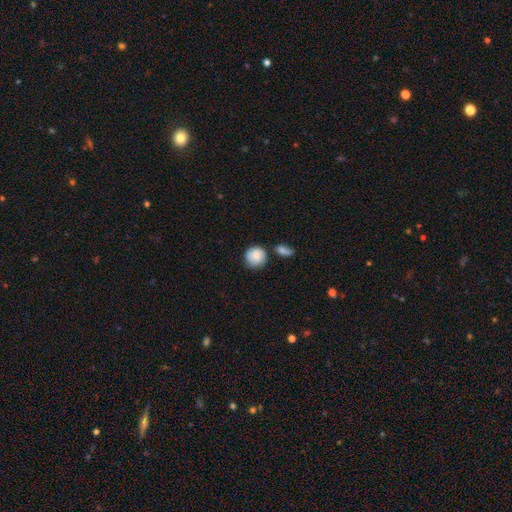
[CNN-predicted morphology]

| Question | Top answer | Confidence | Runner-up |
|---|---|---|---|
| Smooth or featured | smooth | 78% | featured or disk (15%) |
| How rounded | round | 90% | in between (9%) |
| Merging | none | 62% | minor disturbance (18%) |